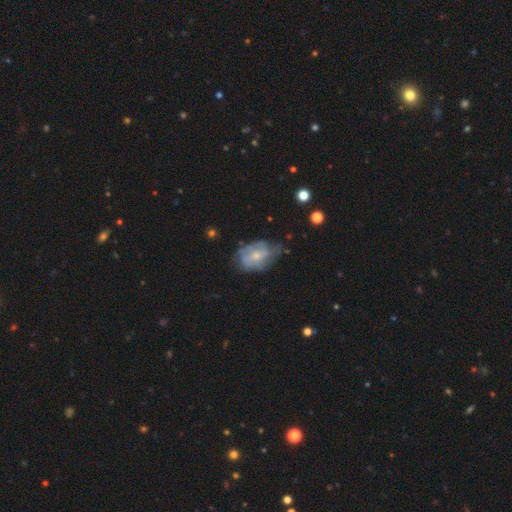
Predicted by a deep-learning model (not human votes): Smooth or featured?
  - featured or disk: 65% *
  - smooth: 29%
  - star or artifact: 7%
Edge-on disk?
  - no: 96% *
  - yes: 4%
Bar?
  - no: 65% *
  - weak: 30%
  - strong: 5%
Spiral arms?
  - yes: 75% *
  - no: 25%
Bulge size?
  - small: 49% *
  - moderate: 42%
  - none: 6%
  - large: 3%
  - dominant: 1%
Merging?
  - none: 53% *
  - minor disturbance: 31%
  - major disturbance: 14%
  - merger: 2%